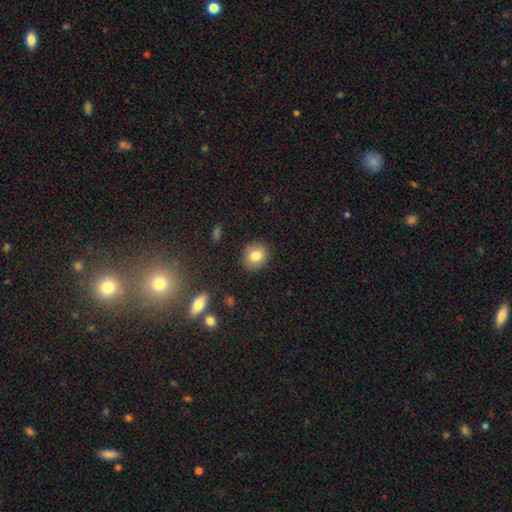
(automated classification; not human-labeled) Overall: smooth (81%). How rounded: round (77%). Merging: none (88%).